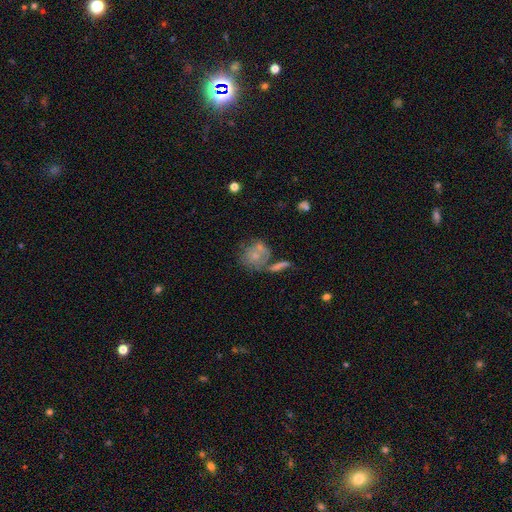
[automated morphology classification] Overall: smooth (52%; featured or disk 37%). How rounded: round (75%). Merging: none (41%; merger 32%).